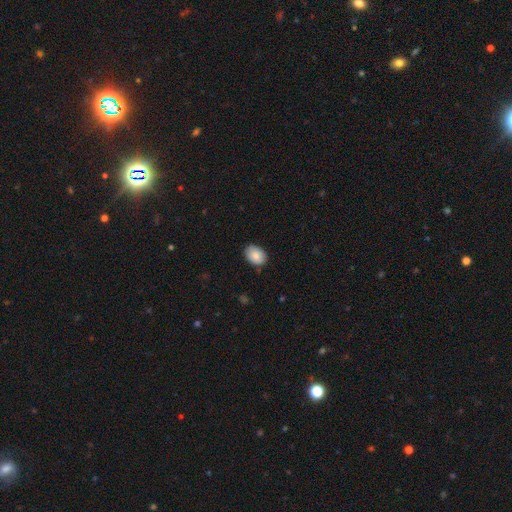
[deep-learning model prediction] smooth 85%, featured or disk 8%, star or artifact 7%. Down the decision tree: how rounded — in between (78%); merging — none (81%).